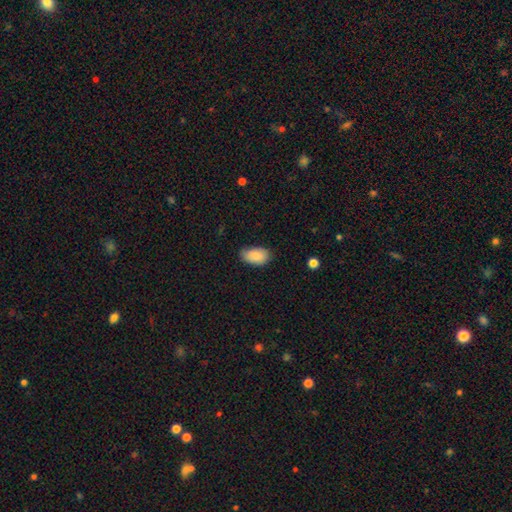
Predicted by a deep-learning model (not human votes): The model was most divided on "merging": none: 76%, minor disturbance: 20%, major disturbance: 3%, merger: 1%. More confident: how rounded — in between (93%); smooth or featured — smooth (88%).